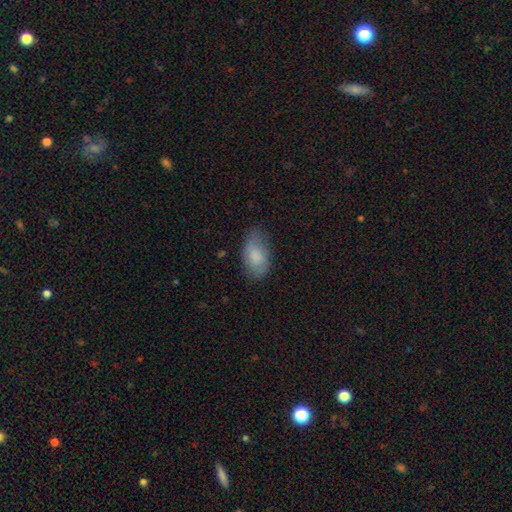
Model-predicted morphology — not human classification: Smooth or featured? smooth (81%)
How rounded? in between (93%)
Merging? none (71%)